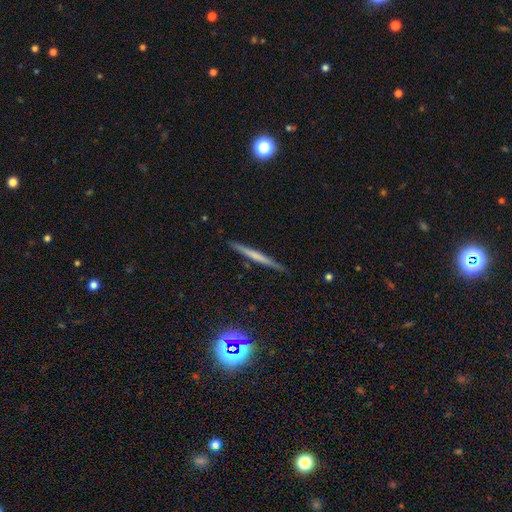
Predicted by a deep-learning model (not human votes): This is possibly a smooth galaxy (47%). Merging: clearly none (89%).